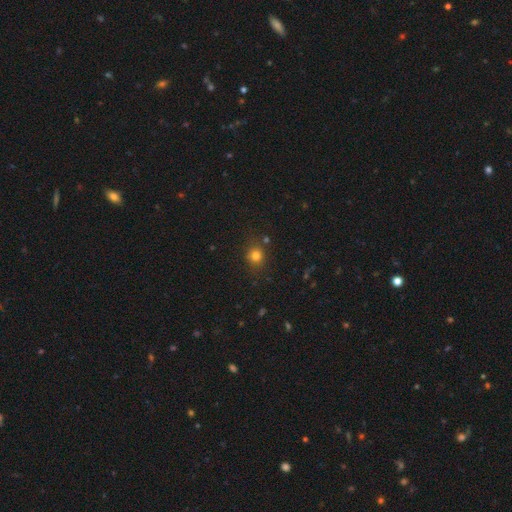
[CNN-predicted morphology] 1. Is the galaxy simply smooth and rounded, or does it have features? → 77% smooth, 16% star or artifact, 7% featured or disk.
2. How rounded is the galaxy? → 83% round, 16% in between, 1% cigar-shaped.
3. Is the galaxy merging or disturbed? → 82% none, 10% minor disturbance, 5% merger, 3% major disturbance.